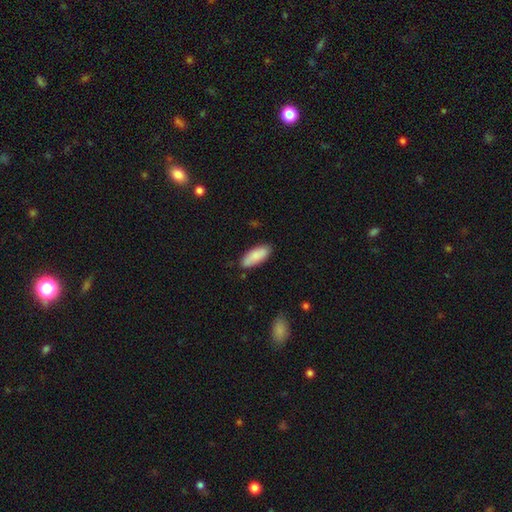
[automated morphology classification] A smooth galaxy with no disk features (87%) that is in between round and cigar-shaped (77%). Merging: none (81%).